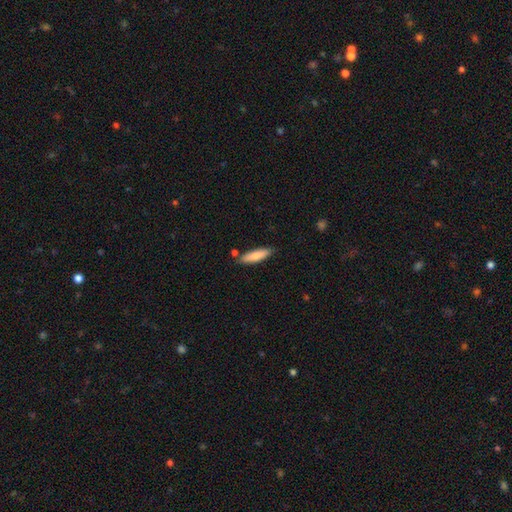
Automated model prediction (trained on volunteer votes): Overall: smooth (78%). How rounded: cigar-shaped (66%; in between 32%). Merging: none (80%).